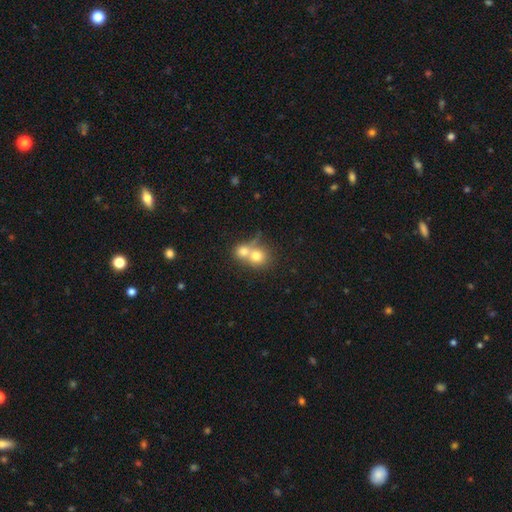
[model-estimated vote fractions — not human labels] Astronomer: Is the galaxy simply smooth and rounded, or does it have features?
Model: smooth — 73%.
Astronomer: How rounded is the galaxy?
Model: round — 78%.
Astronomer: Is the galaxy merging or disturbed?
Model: merger — 69%.